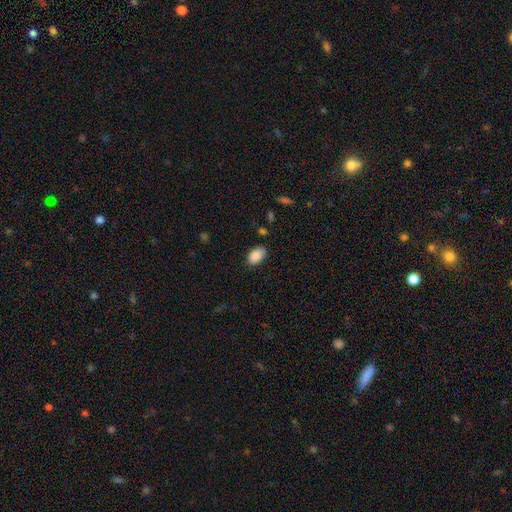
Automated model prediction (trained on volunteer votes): Smooth or featured? Predicted: smooth (p=0.89). How rounded? Predicted: in between (p=0.93). Merging? Predicted: none (p=0.83).